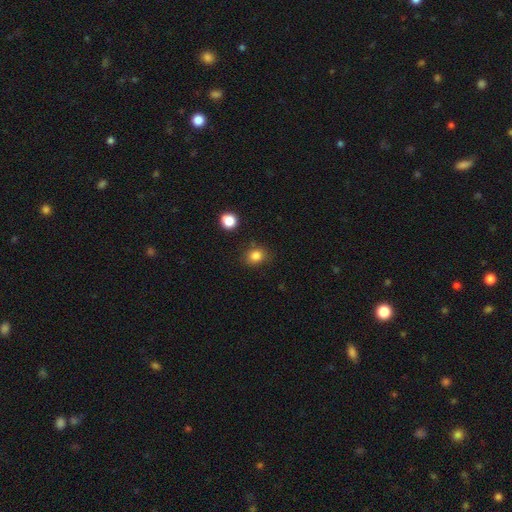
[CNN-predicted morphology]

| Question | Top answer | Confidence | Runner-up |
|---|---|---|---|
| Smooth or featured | smooth | 84% | star or artifact (12%) |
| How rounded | round | 62% | in between (37%) |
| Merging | none | 81% | minor disturbance (13%) |